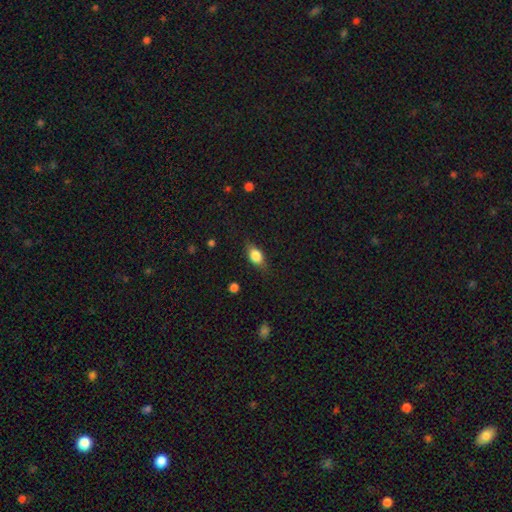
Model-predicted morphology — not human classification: smooth-or-featured: smooth: 72% | featured or disk: 19% | star or artifact: 8%
  how-rounded: in between: 78% | round: 14% | cigar-shaped: 8%
  merging: none: 76% | minor disturbance: 18% | major disturbance: 5% | merger: 1%